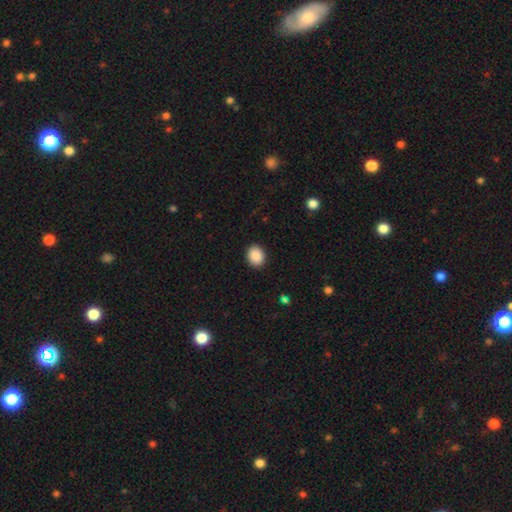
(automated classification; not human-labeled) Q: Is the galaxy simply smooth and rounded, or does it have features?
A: smooth — 89%.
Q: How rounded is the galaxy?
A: round — 54%.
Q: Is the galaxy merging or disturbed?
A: none — 91%.